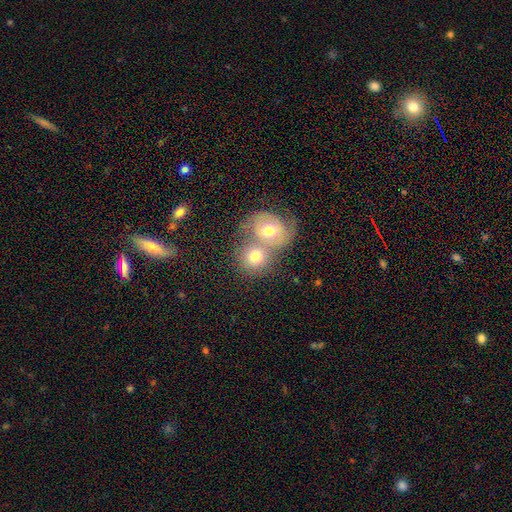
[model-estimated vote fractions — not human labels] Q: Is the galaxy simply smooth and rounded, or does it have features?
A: smooth — 57%.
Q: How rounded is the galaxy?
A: round — 73%.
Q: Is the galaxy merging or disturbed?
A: merger — 63%.